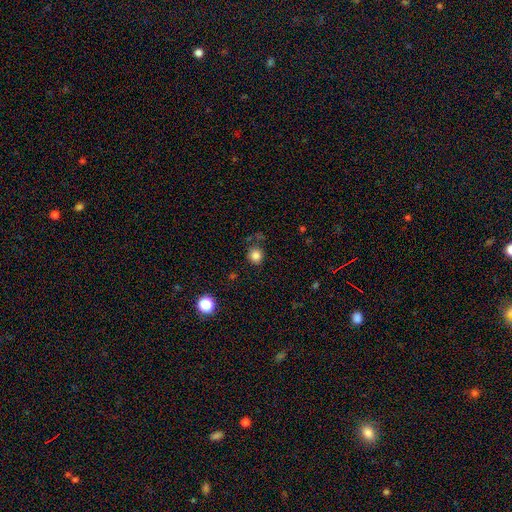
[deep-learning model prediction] Overall: smooth (83%). How rounded: round (89%). Merging: none (80%).